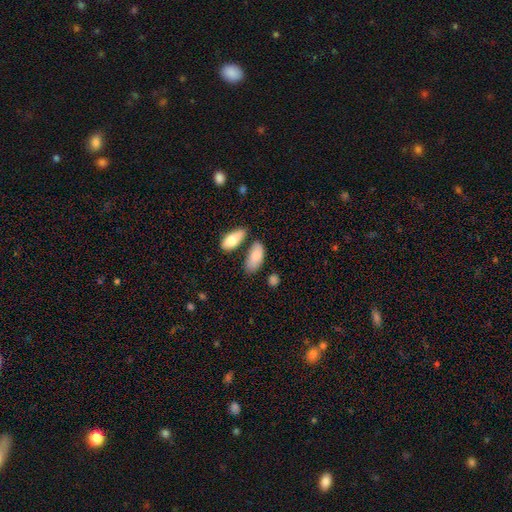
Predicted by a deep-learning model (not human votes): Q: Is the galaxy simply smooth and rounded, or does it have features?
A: smooth — 83%.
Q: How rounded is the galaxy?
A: in between — 90%.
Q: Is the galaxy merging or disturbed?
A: none — 53%.